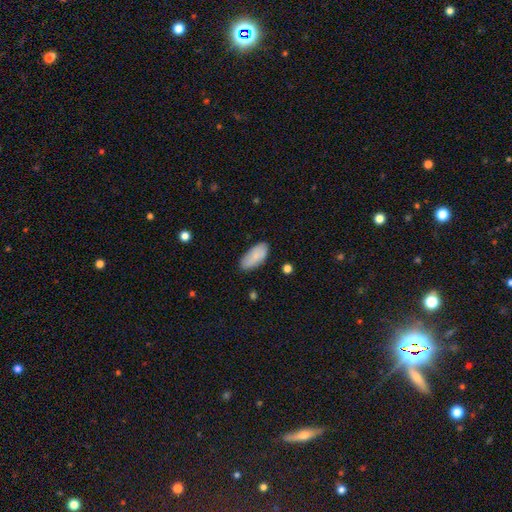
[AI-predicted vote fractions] Smooth or featured: smooth — 80% (featured or disk — 13%)
How rounded: in between — 91% (cigar-shaped — 7%)
Merging: none — 78% (minor disturbance — 17%)